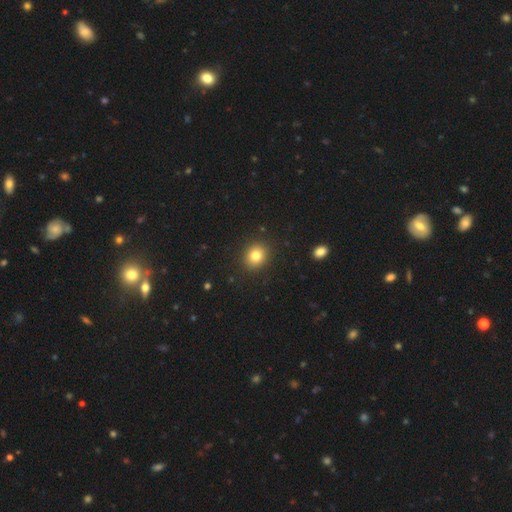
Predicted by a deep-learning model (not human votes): A smooth galaxy with no disk features (81%) that is round (70%).

Vote fractions:
- Smooth or featured? smooth: 81% / star or artifact: 11% / featured or disk: 7%
- How rounded? round: 70% / in between: 30% / cigar-shaped: 1%
- Merging? none: 90% / minor disturbance: 7% / major disturbance: 2% / merger: 1%